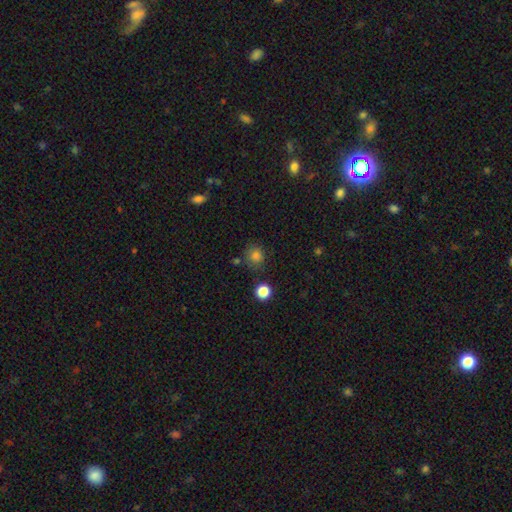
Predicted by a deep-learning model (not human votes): Smooth or featured?
  - smooth: 81% *
  - star or artifact: 14%
  - featured or disk: 5%
How rounded?
  - round: 87% *
  - in between: 12%
  - cigar-shaped: 1%
Merging?
  - none: 78% *
  - minor disturbance: 13%
  - merger: 5%
  - major disturbance: 4%